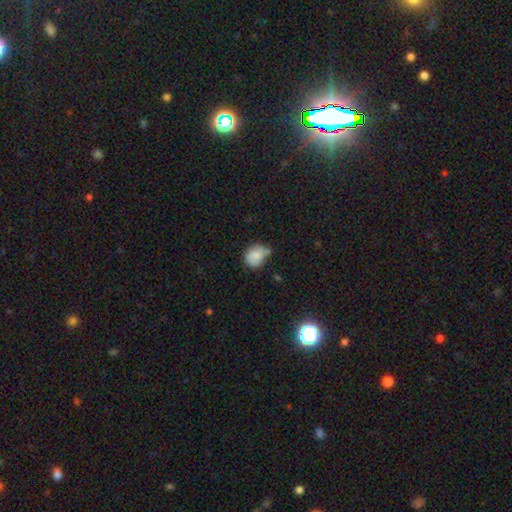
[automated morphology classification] type=smooth (77%); roundness=round (59%); merging=none (41%).